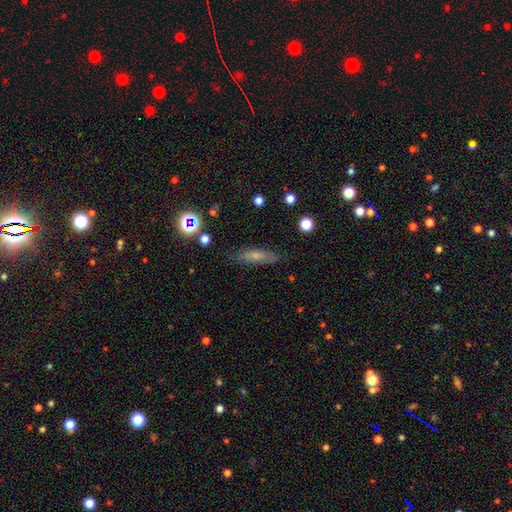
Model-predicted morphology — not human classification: Overall: smooth (64%; featured or disk 26%). How rounded: cigar-shaped (65%; in between 32%). Merging: none (81%).